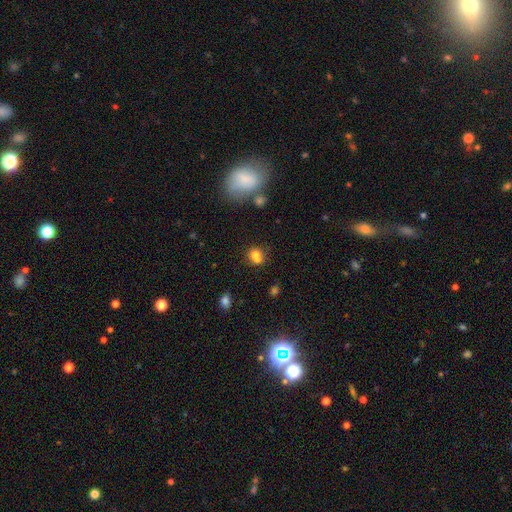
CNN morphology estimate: Smooth or featured?
  - smooth: 74% *
  - star or artifact: 13%
  - featured or disk: 12%
How rounded?
  - round: 73% *
  - in between: 26%
  - cigar-shaped: 1%
Merging?
  - none: 46% *
  - merger: 37%
  - minor disturbance: 13%
  - major disturbance: 5%